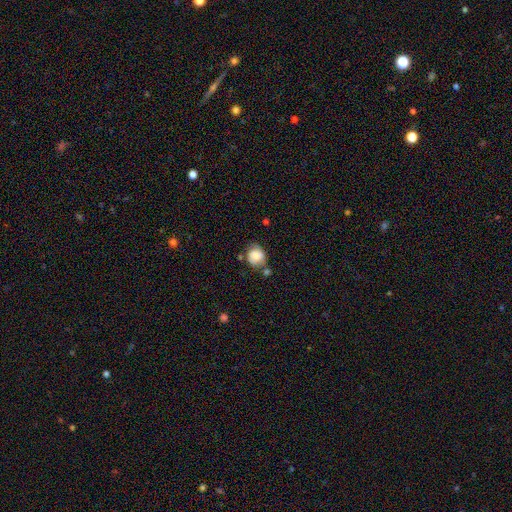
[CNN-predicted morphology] smooth_or_featured: smooth (p=0.73) [alt: featured or disk p=0.18]
how_rounded: round (p=0.70) [alt: in between p=0.29]
merging: none (p=0.54) [alt: minor disturbance p=0.25]